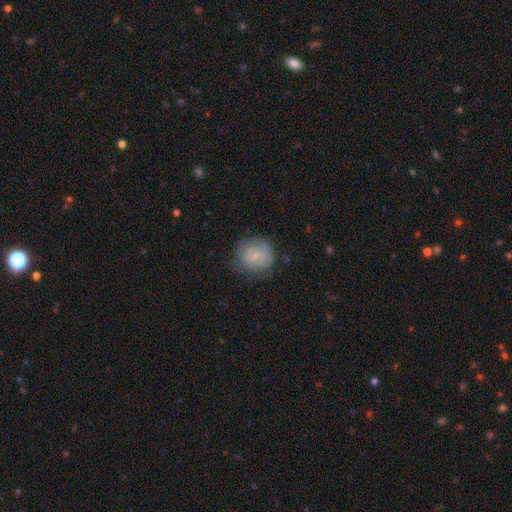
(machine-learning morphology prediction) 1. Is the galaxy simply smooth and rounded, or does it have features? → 76% smooth, 16% featured or disk, 8% star or artifact.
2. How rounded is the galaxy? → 89% round, 10% in between, 1% cigar-shaped.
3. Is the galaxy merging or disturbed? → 74% none, 18% minor disturbance, 7% major disturbance, 1% merger.